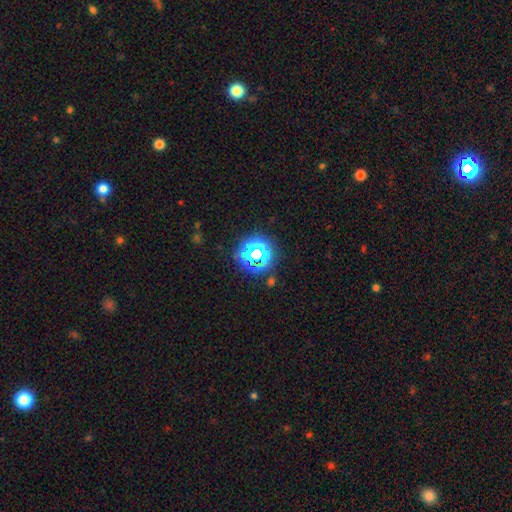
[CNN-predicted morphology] Smooth or featured? star or artifact (66%)